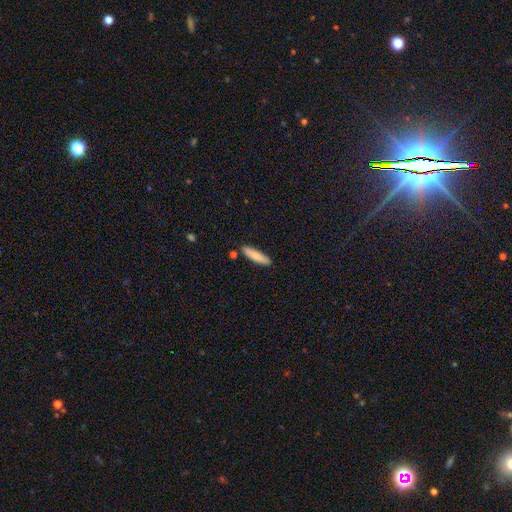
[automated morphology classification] Q: Smooth or featured?
A: smooth (82%); runner-up: featured or disk (12%)
Q: How rounded?
A: cigar-shaped (78%); runner-up: in between (21%)
Q: Merging?
A: none (85%); runner-up: minor disturbance (10%)